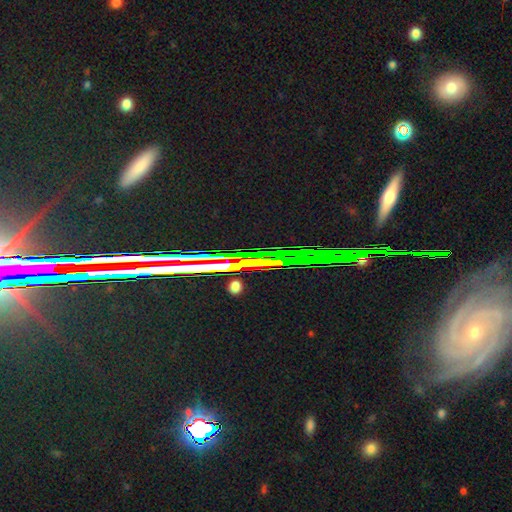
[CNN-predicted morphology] Smooth or featured?
  - star or artifact: 75% *
  - featured or disk: 15%
  - smooth: 10%